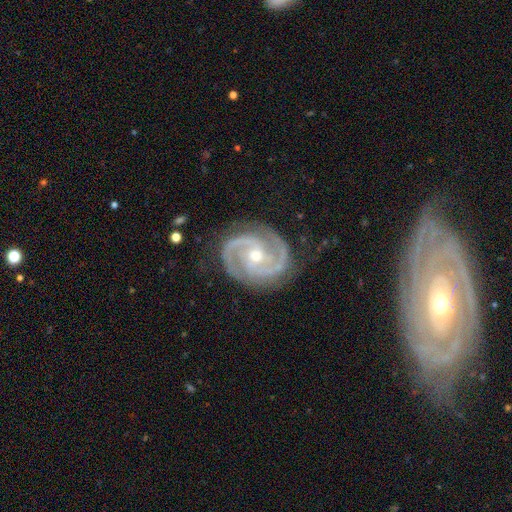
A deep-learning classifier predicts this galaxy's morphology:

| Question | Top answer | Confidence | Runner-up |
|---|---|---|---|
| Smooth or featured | featured or disk | 94% | star or artifact (4%) |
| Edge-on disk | no | 98% | yes (2%) |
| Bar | no | 53% | weak (34%) |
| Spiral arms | yes | 99% | no (1%) |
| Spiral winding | tight | 52% | medium (43%) |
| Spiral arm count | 2 | 68% | 3 (21%) |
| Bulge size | moderate | 56% | small (40%) |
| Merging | none | 82% | minor disturbance (13%) |